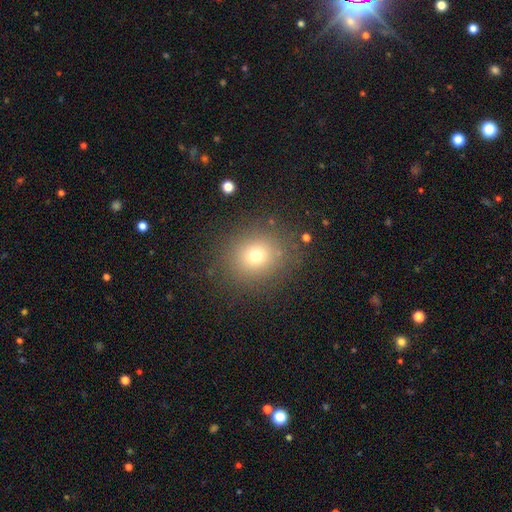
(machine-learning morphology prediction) smooth-or-featured: smooth: 70% | star or artifact: 18% | featured or disk: 12%
  how-rounded: round: 85% | in between: 14% | cigar-shaped: 1%
  merging: none: 84% | minor disturbance: 9% | major disturbance: 5% | merger: 2%